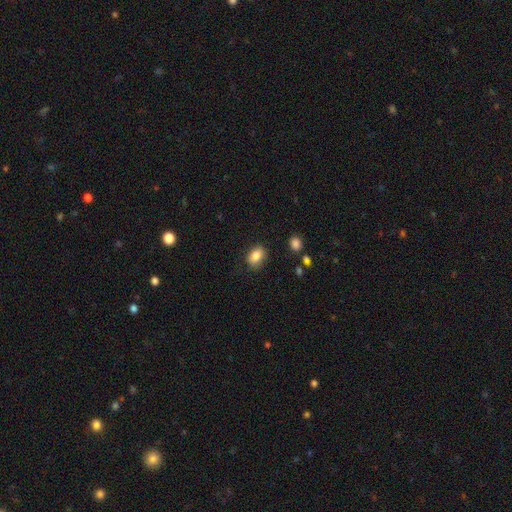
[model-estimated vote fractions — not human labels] This is clearly a smooth galaxy (84%). How rounded: likely in between (77%). Merging: clearly none (82%).